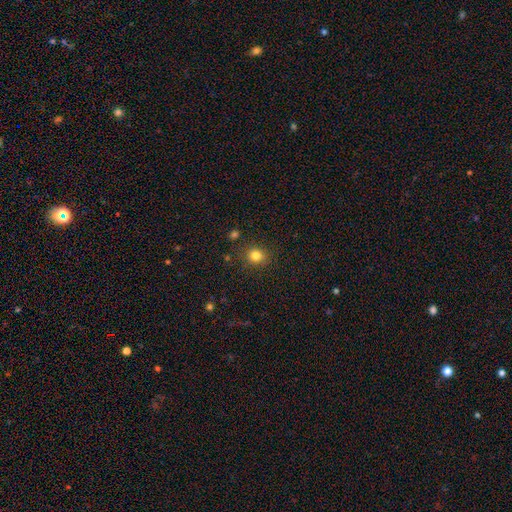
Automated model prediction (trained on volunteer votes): smooth-or-featured: smooth: 81% | star or artifact: 13% | featured or disk: 5%
  how-rounded: round: 85% | in between: 15% | cigar-shaped: 1%
  merging: none: 87% | minor disturbance: 8% | major disturbance: 3% | merger: 2%